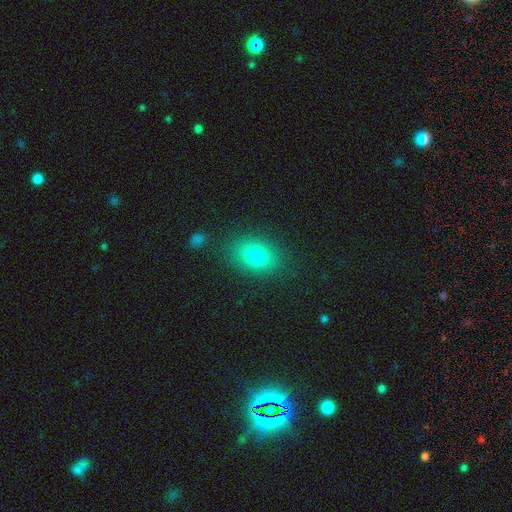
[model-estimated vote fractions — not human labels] Smooth or featured? Predicted: smooth (p=0.78). How rounded? Predicted: in between (p=0.71). Merging? Predicted: none (p=0.83).